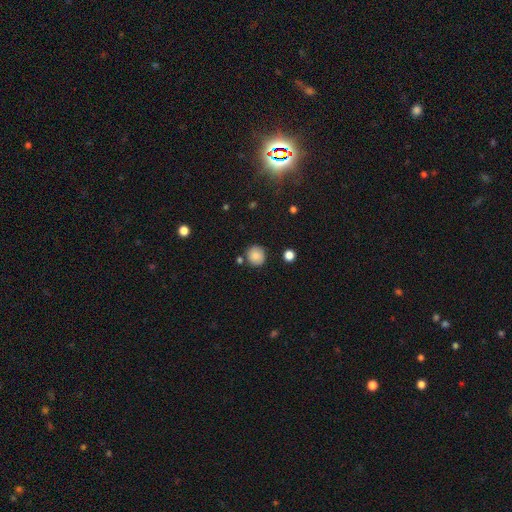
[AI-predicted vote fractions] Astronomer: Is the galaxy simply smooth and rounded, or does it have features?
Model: smooth — 86%.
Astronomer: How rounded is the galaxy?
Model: round — 90%.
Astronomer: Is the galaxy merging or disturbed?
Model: none — 83%.